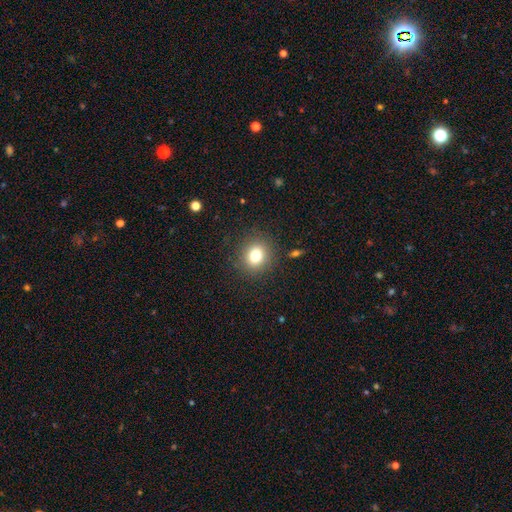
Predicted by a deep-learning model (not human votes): Q: Smooth or featured?
A: smooth (79%); runner-up: star or artifact (12%)
Q: How rounded?
A: round (79%); runner-up: in between (20%)
Q: Merging?
A: none (88%); runner-up: minor disturbance (8%)